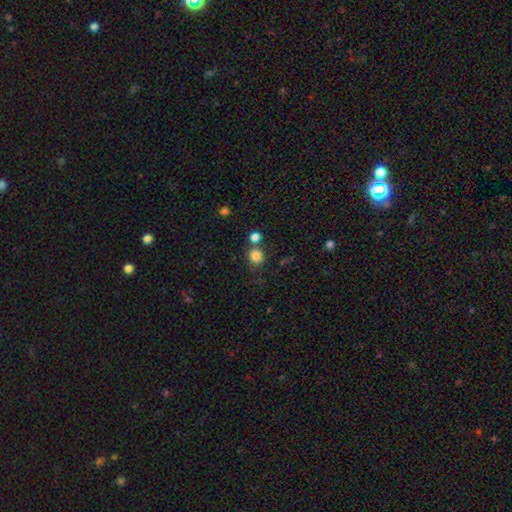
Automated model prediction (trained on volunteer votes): Smooth or featured? smooth (82%)
How rounded? round (85%)
Merging? none (68%)